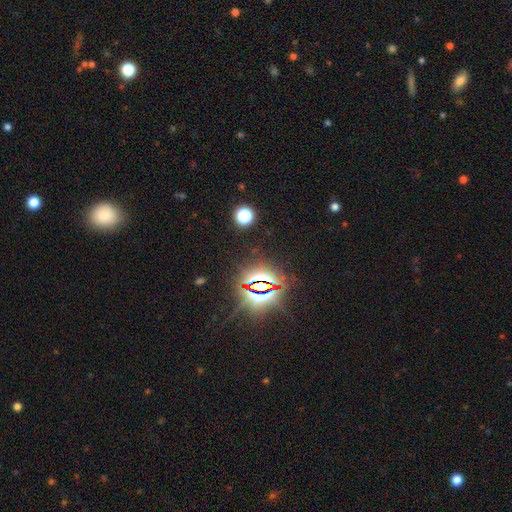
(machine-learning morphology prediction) A star or artifact, not a galaxy (83%).